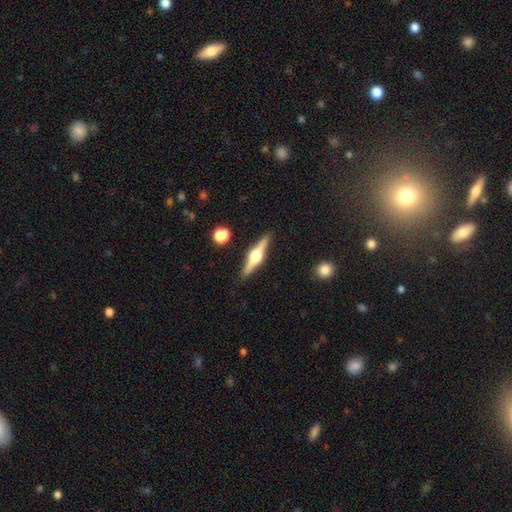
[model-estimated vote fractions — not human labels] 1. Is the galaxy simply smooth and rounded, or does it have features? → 77% featured or disk, 18% smooth, 6% star or artifact.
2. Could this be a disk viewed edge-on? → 98% yes, 2% no.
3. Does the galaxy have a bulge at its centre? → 95% rounded, 4% boxy, 1% none.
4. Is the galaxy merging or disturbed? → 90% none, 7% minor disturbance, 2% major disturbance, 2% merger.